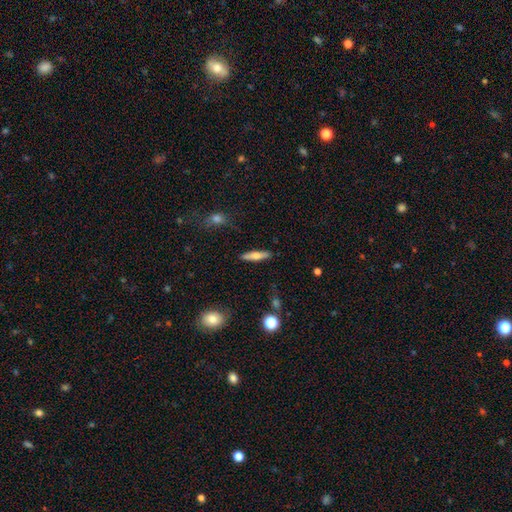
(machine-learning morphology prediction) The model was most divided on "smooth or featured": smooth: 59%, featured or disk: 34%, star or artifact: 7%. More confident: merging — none (89%); how rounded — cigar-shaped (77%).